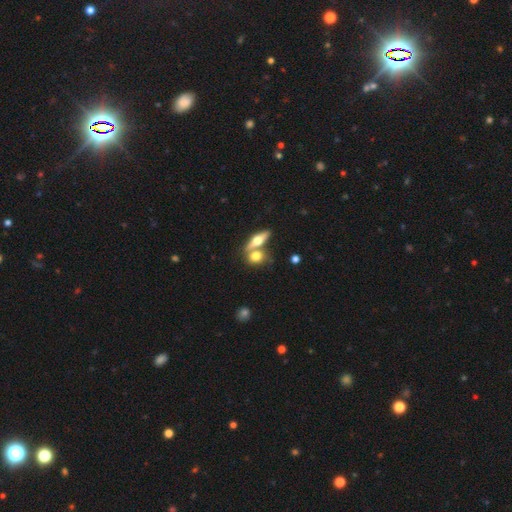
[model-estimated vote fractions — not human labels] Morphology: type=smooth (60%); roundness=in between (50%); merging=merger (45%).